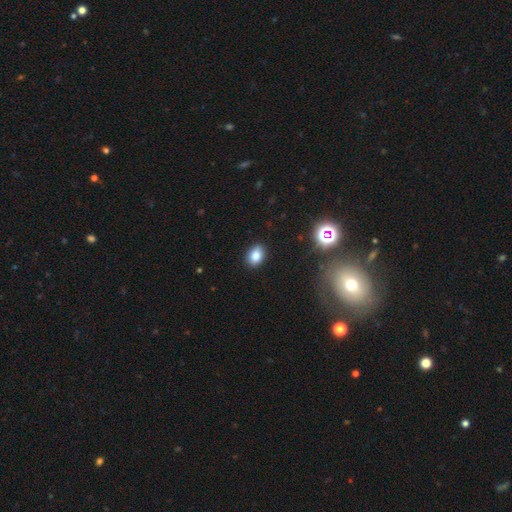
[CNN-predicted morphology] smooth 81%, star or artifact 12%, featured or disk 7%. Down the decision tree: how rounded — in between (75%); merging — none (89%).